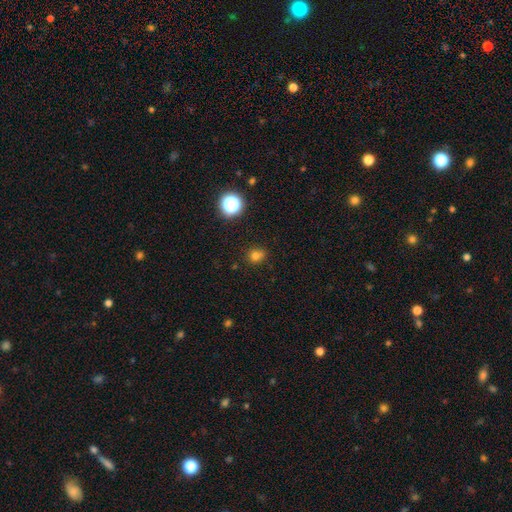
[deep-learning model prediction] Morphology: type=smooth (74%); roundness=round (77%); merging=none (71%).